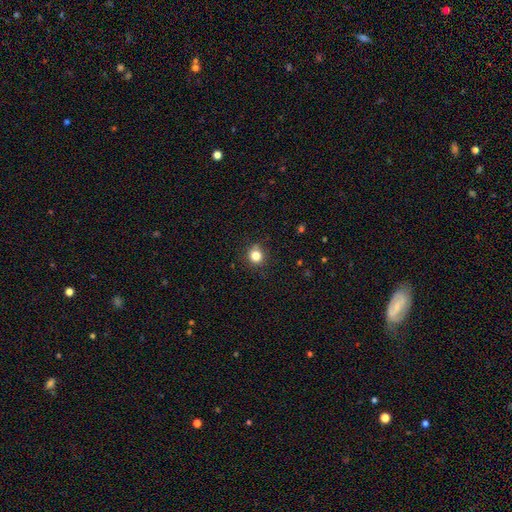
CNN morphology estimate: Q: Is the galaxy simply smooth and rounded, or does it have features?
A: smooth — 82%.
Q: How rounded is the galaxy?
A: round — 90%.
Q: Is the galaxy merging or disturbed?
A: none — 86%.